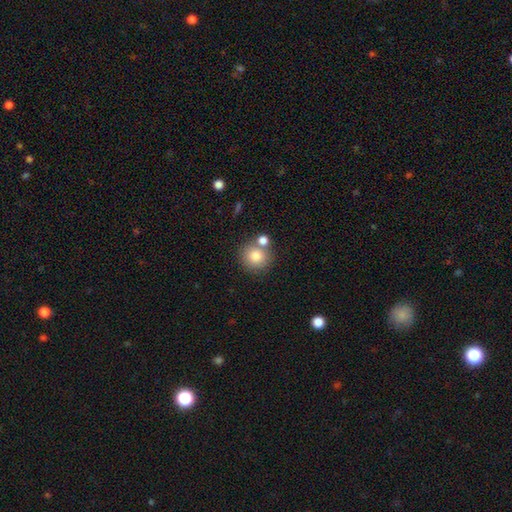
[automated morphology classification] smooth 81%, star or artifact 10%, featured or disk 9%. Down the decision tree: how rounded — round (90%); merging — none (65%).